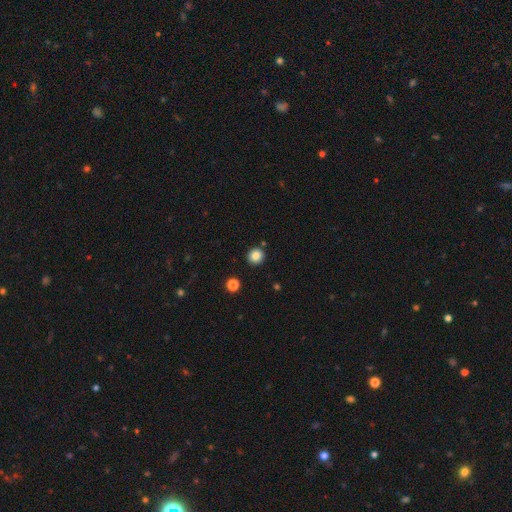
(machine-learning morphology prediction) Smooth or featured? smooth (84%)
How rounded? round (94%)
Merging? none (90%)